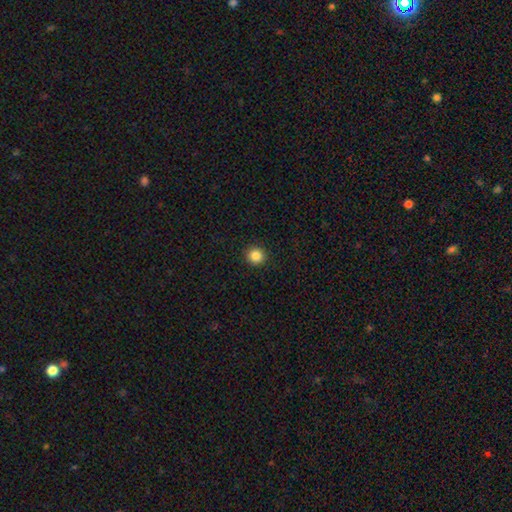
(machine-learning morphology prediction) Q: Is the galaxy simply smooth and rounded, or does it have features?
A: smooth — 86%.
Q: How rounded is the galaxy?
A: round — 94%.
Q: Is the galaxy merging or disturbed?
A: none — 93%.